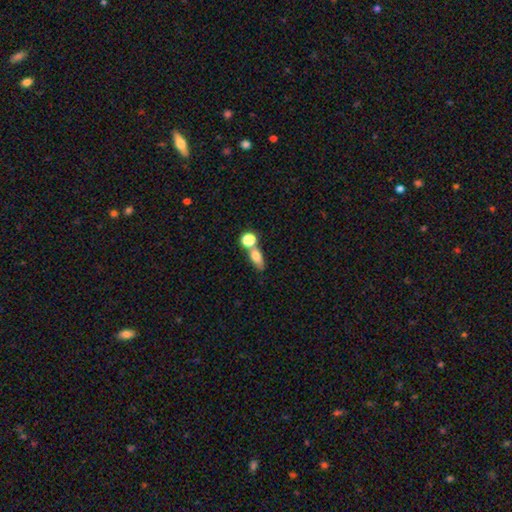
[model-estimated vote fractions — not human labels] A smooth galaxy with no disk features (72%) that is in between round and cigar-shaped (64%). Merging: none (47%).